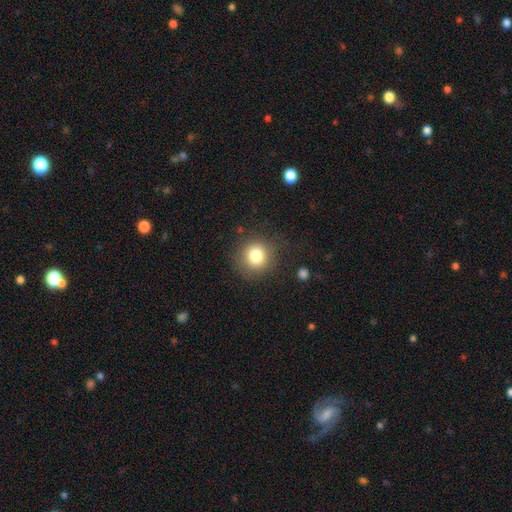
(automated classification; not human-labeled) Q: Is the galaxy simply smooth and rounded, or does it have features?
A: smooth — 80%.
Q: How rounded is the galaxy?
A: round — 90%.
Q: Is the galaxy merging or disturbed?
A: none — 85%.